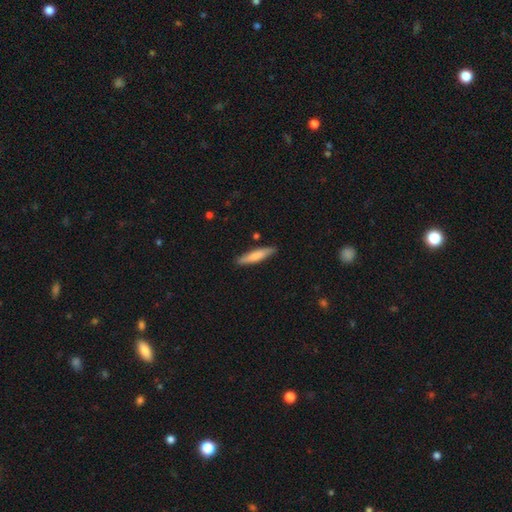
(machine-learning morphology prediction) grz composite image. It shows a smooth galaxy with no disk features (72%) that is cigar-shaped (84%). Merging: none (86%).